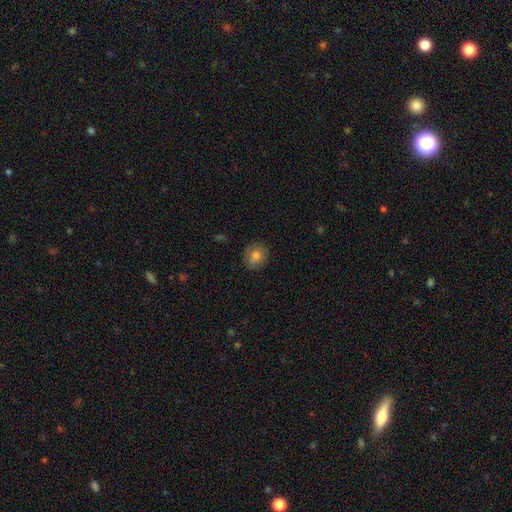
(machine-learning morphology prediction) smooth_or_featured: smooth (p=0.73) [alt: featured or disk p=0.17]
how_rounded: round (p=0.76) [alt: in between p=0.23]
merging: none (p=0.80) [alt: minor disturbance p=0.15]